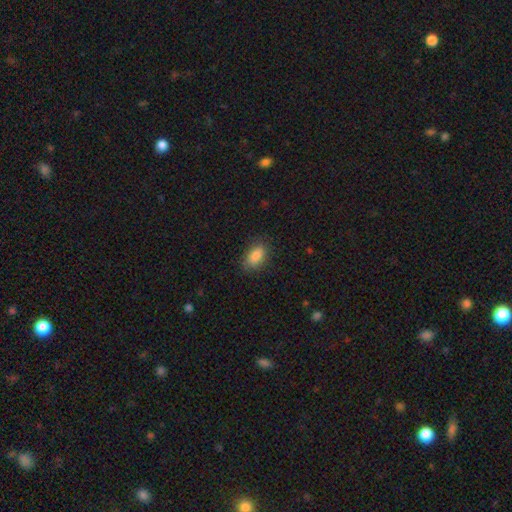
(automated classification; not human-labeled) smooth-or-featured: smooth: 87% | star or artifact: 7% | featured or disk: 6%
  how-rounded: in between: 90% | round: 6% | cigar-shaped: 4%
  merging: none: 81% | minor disturbance: 14% | major disturbance: 4% | merger: 1%